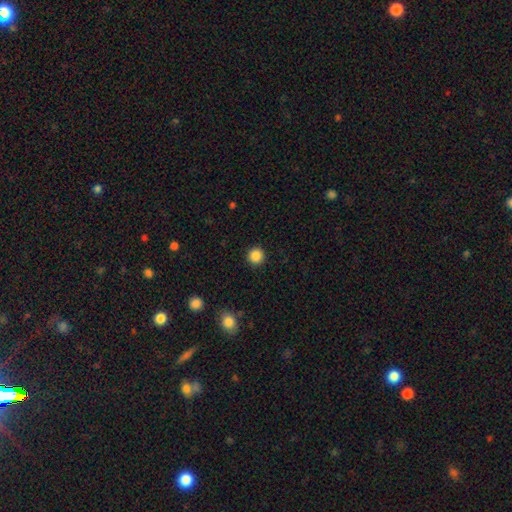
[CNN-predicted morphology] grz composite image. It shows a smooth galaxy with no disk features (87%) that is round (95%). Merging: none (93%).